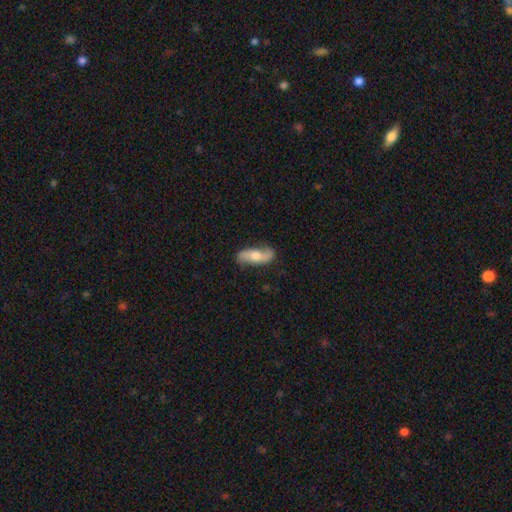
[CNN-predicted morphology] smooth-or-featured: featured or disk: 66% | smooth: 28% | star or artifact: 6%
  disk-edge-on: no: 84% | yes: 16%
    bar: no: 64% | weak: 25% | strong: 11%
    has-spiral-arms: yes: 90% | no: 10%
      spiral-winding: loose: 67% | medium: 23% | tight: 10%
      spiral-arm-count: 2: 91% | can't tell: 4% | 1: 2% | 3: 1% | 4: 1% | more than 4: 1%
    bulge-size: moderate: 66% | small: 21% | large: 9% | none: 3% | dominant: 2%
  merging: none: 81% | minor disturbance: 14% | major disturbance: 4% | merger: 1%